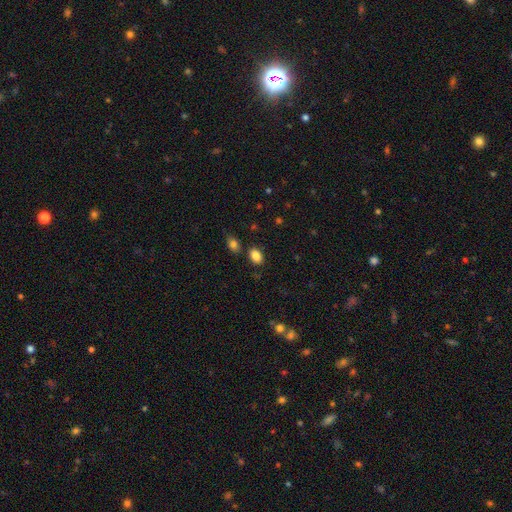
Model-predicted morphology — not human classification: Smooth or featured? smooth (86%)
How rounded? in between (82%)
Merging? none (81%)